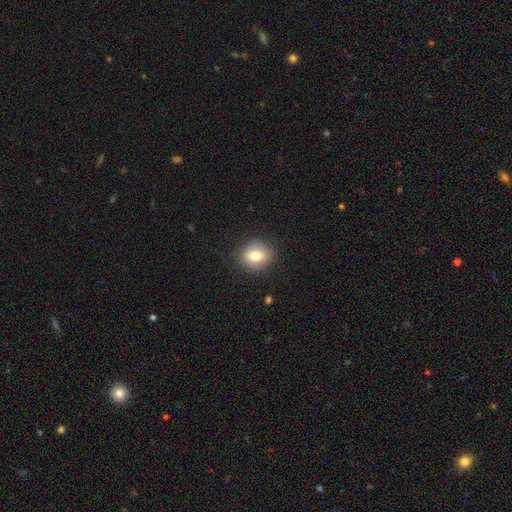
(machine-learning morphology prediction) The model was most divided on "how rounded": round: 78%, in between: 21%, cigar-shaped: 1%. More confident: merging — none (87%); smooth or featured — smooth (77%).